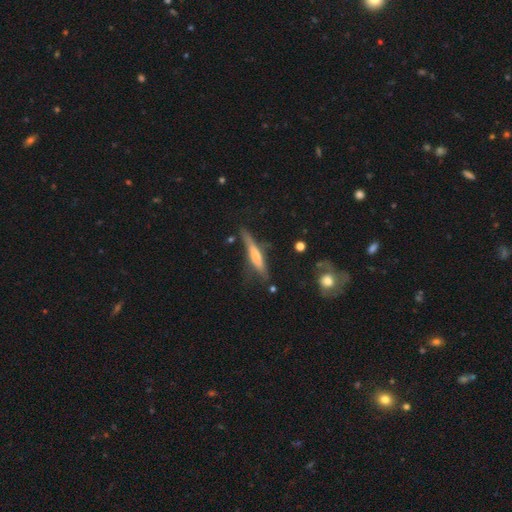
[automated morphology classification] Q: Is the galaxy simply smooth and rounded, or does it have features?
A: smooth — 48%.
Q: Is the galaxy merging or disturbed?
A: none — 60%.